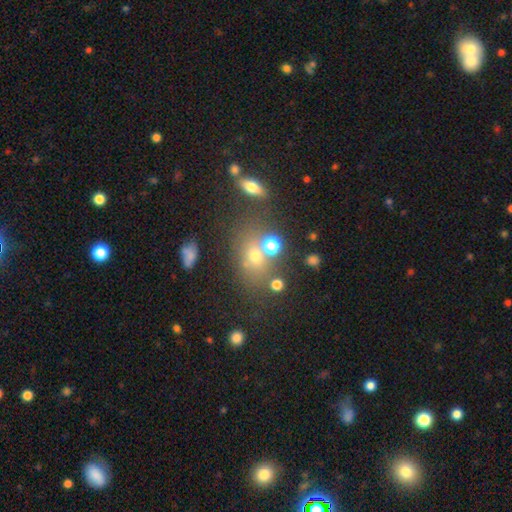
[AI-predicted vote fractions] A smooth galaxy with no disk features (59%) that is in between round and cigar-shaped (52%).

Vote fractions:
- Smooth or featured? smooth: 59% / star or artifact: 21% / featured or disk: 20%
- How rounded? in between: 52% / round: 45% / cigar-shaped: 2%
- Merging? none: 55% / merger: 24% / minor disturbance: 14% / major disturbance: 7%